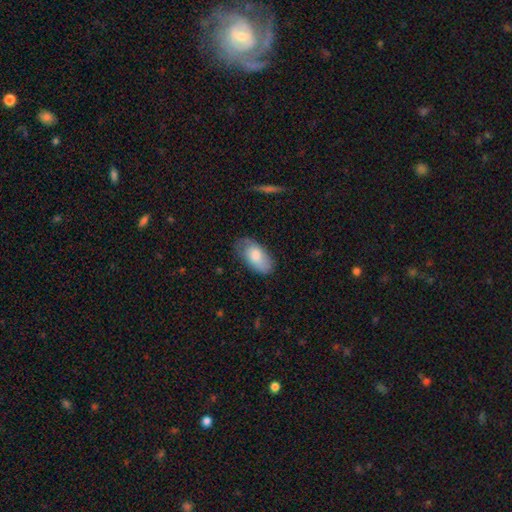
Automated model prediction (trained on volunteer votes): Q: Smooth or featured?
A: smooth (74%); runner-up: featured or disk (20%)
Q: How rounded?
A: in between (94%); runner-up: round (3%)
Q: Merging?
A: none (67%); runner-up: minor disturbance (25%)